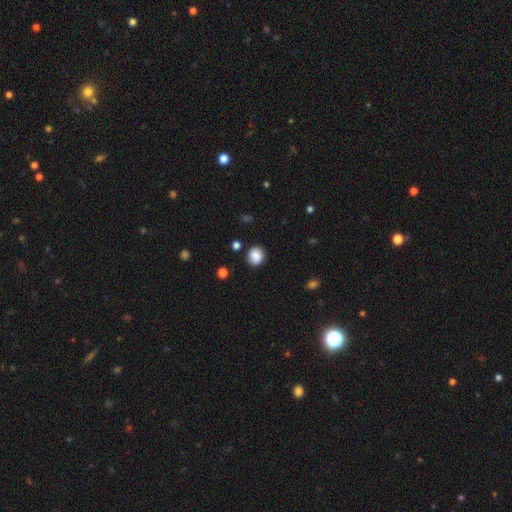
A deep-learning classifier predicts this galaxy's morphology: Smooth or featured? smooth (85%)
How rounded? round (80%)
Merging? none (83%)